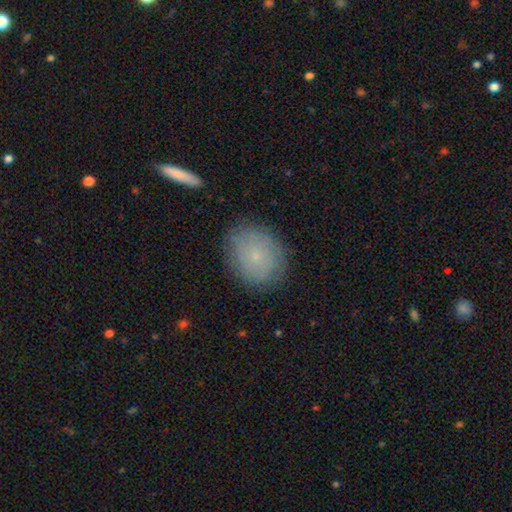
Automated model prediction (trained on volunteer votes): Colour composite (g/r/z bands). It shows a smooth galaxy with no disk features (71%) that is round (66%). Merging: none (83%).